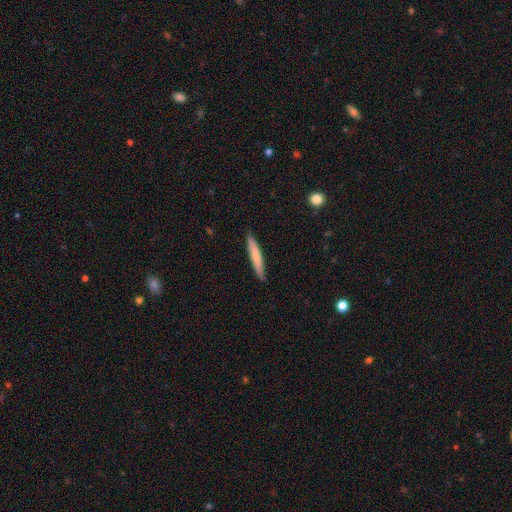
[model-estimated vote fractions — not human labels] Q: Smooth or featured?
A: smooth (71%); runner-up: featured or disk (24%)
Q: How rounded?
A: cigar-shaped (94%); runner-up: in between (4%)
Q: Merging?
A: none (87%); runner-up: minor disturbance (10%)